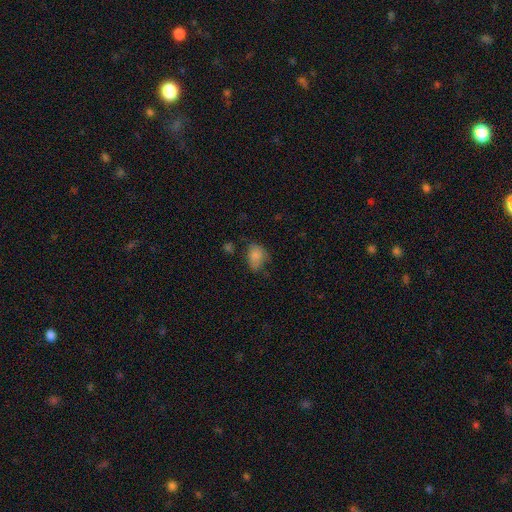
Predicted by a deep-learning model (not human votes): A smooth galaxy with no disk features (79%) that is in between round and cigar-shaped (69%). Merging: none (46%).